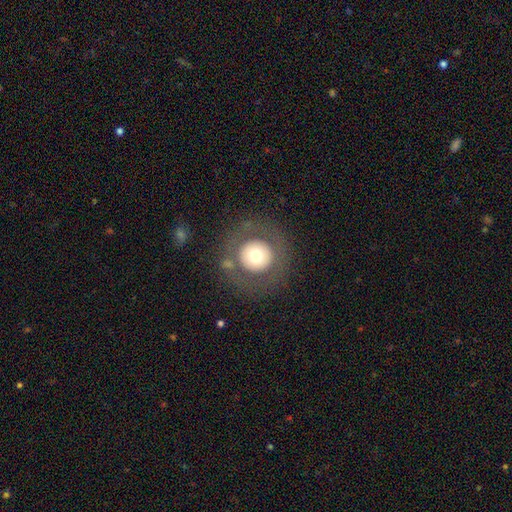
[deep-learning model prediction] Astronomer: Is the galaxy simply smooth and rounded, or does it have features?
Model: smooth — 60%.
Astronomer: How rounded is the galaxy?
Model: round — 95%.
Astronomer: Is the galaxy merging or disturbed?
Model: none — 81%.